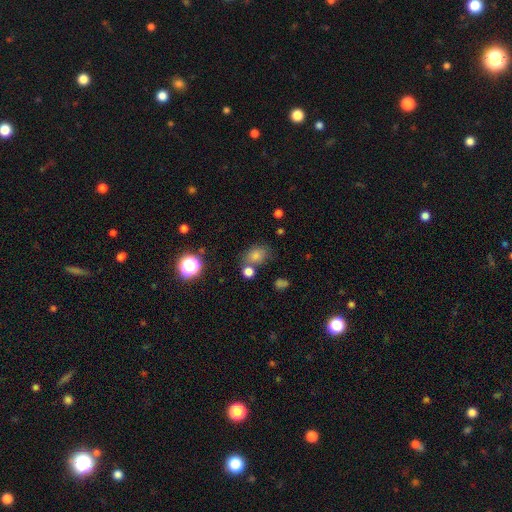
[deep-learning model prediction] A smooth galaxy with no disk features (76%) that is in between round and cigar-shaped (56%). Merging: none (63%).